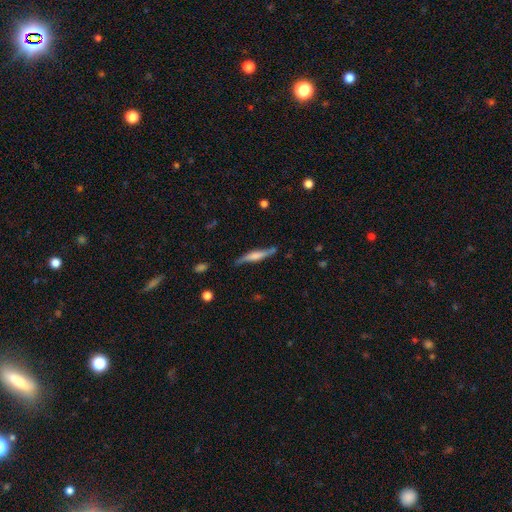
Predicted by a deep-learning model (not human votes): A featured or disk galaxy (61%) viewed edge-on (89%) with a rounded central bulge (49%).

Vote fractions:
- Smooth or featured? featured or disk: 61% / smooth: 33% / star or artifact: 6%
- Edge-on disk? yes: 89% / no: 11%
- Edge-on bulge? rounded: 49% / boxy: 36% / none: 15%
- Merging? none: 76% / minor disturbance: 18% / major disturbance: 4% / merger: 2%